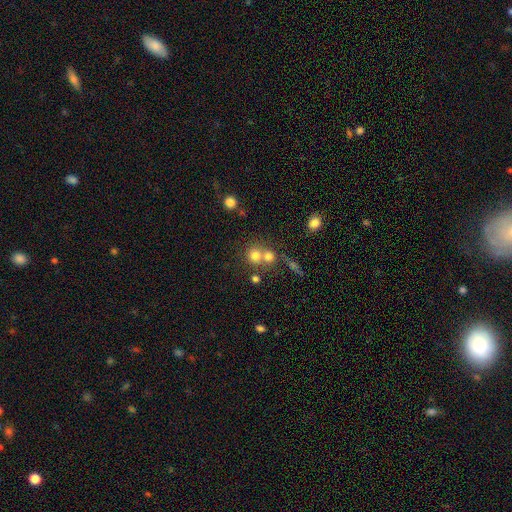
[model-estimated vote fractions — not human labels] This is likely a smooth galaxy (74%). How rounded: clearly round (88%). Merging: possibly merger (46%).